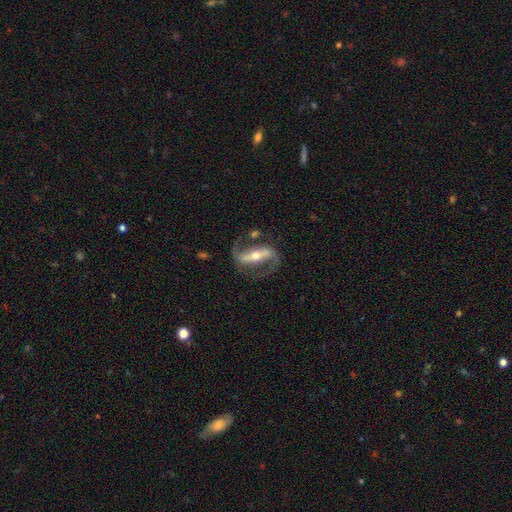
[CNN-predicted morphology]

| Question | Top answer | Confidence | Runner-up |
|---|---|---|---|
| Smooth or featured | featured or disk | 90% | smooth (5%) |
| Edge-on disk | no | 94% | yes (6%) |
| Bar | strong | 70% | weak (18%) |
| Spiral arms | yes | 96% | no (4%) |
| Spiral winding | medium | 47% | loose (39%) |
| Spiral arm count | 2 | 92% | 1 (3%) |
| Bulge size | moderate | 52% | small (42%) |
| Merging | none | 76% | minor disturbance (12%) |